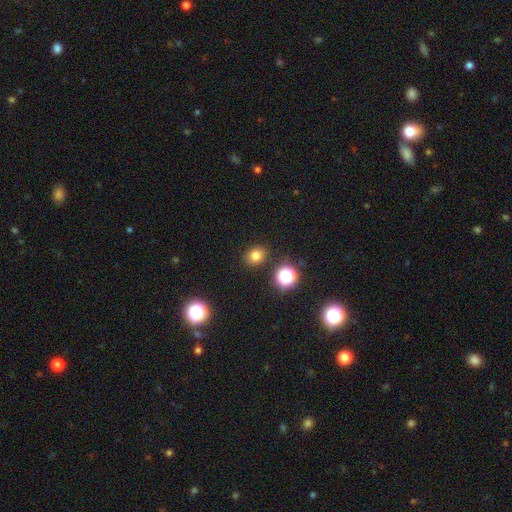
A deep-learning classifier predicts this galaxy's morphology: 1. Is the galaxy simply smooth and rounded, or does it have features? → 77% smooth, 17% star or artifact, 6% featured or disk.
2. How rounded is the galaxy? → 60% round, 39% in between, 1% cigar-shaped.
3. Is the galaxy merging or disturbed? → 86% none, 8% minor disturbance, 3% merger, 3% major disturbance.